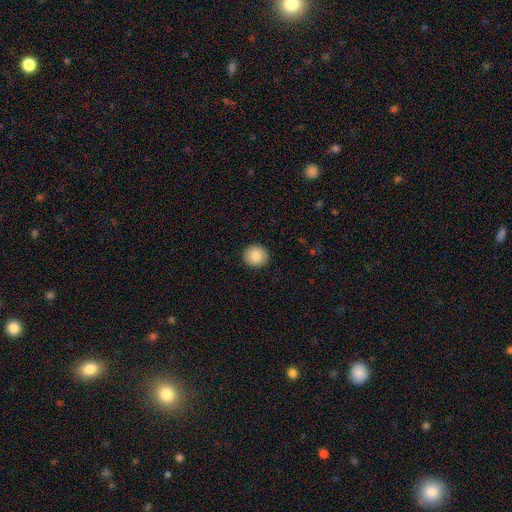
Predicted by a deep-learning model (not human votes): Q: Smooth or featured?
A: smooth (85%); runner-up: star or artifact (8%)
Q: How rounded?
A: round (88%); runner-up: in between (11%)
Q: Merging?
A: none (91%); runner-up: minor disturbance (6%)